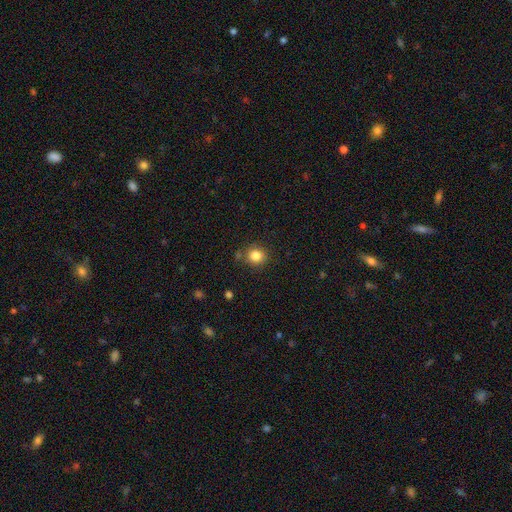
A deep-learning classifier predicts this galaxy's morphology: This is clearly a smooth galaxy (84%). How rounded: clearly round (83%). Merging: likely none (79%).